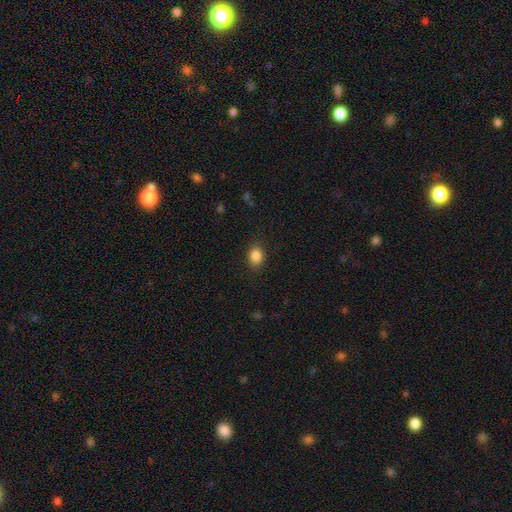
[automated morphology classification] Smooth or featured? Predicted: smooth (p=0.86). How rounded? Predicted: in between (p=0.61). Merging? Predicted: none (p=0.86).